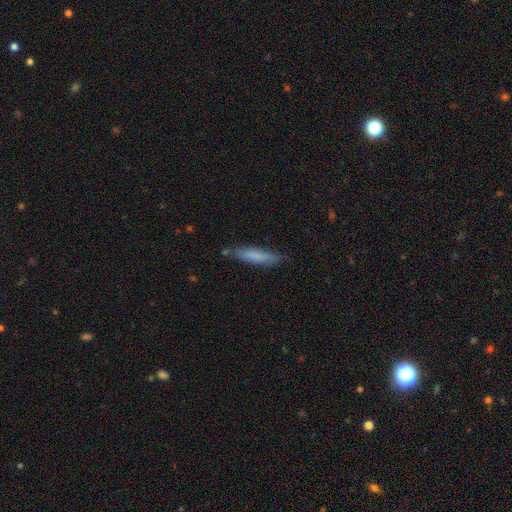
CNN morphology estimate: smooth-or-featured: smooth: 75% | featured or disk: 19% | star or artifact: 6%
  how-rounded: cigar-shaped: 84% | in between: 15% | round: 1%
  merging: none: 80% | minor disturbance: 14% | merger: 3% | major disturbance: 3%